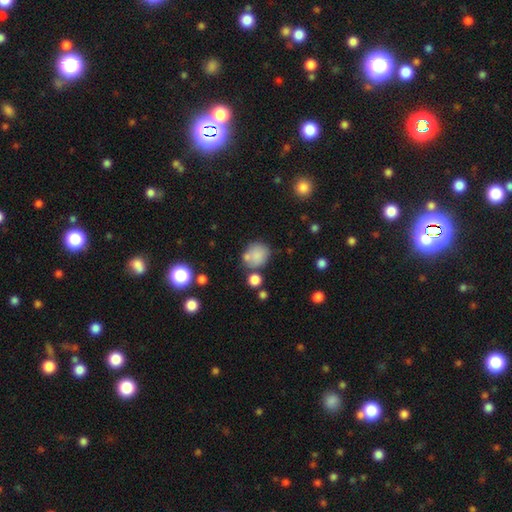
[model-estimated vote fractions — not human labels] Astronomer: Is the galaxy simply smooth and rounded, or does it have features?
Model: smooth — 79%.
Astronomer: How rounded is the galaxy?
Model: round — 74%.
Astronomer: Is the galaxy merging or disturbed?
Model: none — 57%.